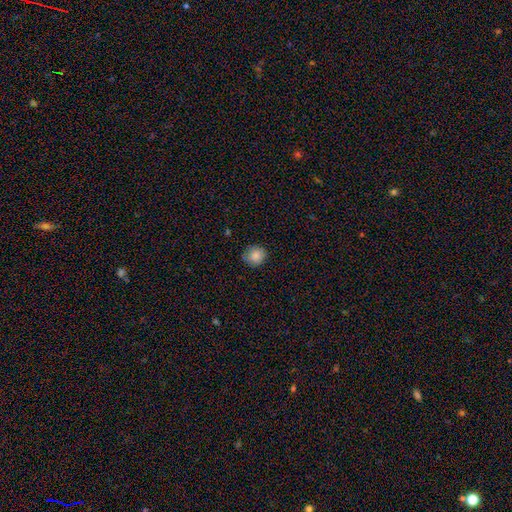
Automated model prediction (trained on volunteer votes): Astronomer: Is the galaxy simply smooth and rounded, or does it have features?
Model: smooth — 86%.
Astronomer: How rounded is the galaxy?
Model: round — 87%.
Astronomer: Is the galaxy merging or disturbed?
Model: none — 81%.